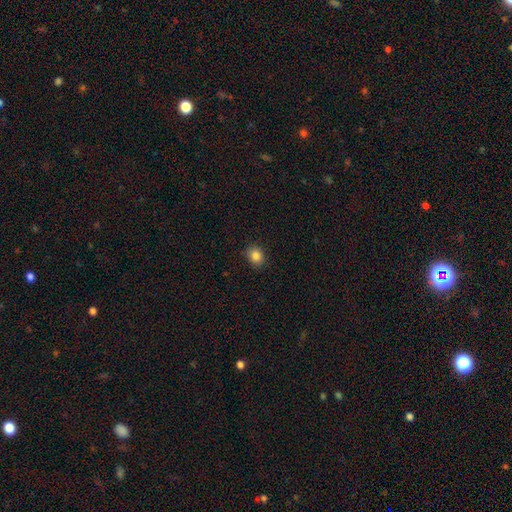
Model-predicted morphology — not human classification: smooth_or_featured: smooth (p=0.84) [alt: star or artifact p=0.10]
how_rounded: round (p=0.55) [alt: in between p=0.44]
merging: none (p=0.88) [alt: minor disturbance p=0.09]